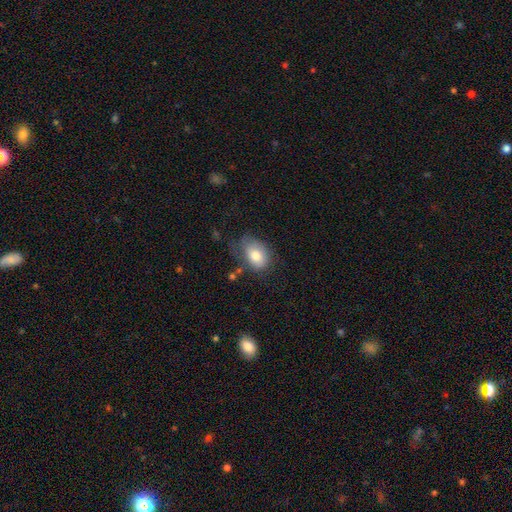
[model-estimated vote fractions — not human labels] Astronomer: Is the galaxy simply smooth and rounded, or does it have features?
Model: smooth — 77%.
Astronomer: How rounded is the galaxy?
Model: in between — 80%.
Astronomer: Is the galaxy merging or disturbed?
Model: none — 51% (runner-up: minor disturbance, 31%).